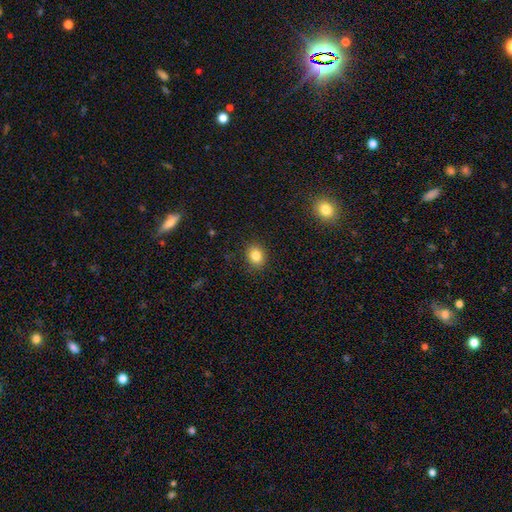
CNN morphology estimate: Smooth or featured?
  - smooth: 83% *
  - star or artifact: 10%
  - featured or disk: 6%
How rounded?
  - round: 59% *
  - in between: 40%
  - cigar-shaped: 1%
Merging?
  - none: 89% *
  - minor disturbance: 8%
  - major disturbance: 2%
  - merger: 1%